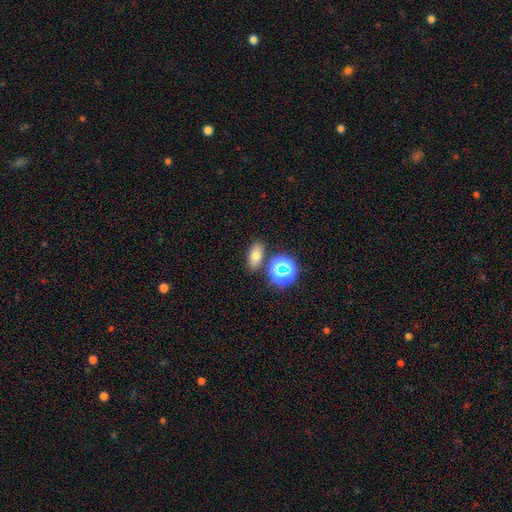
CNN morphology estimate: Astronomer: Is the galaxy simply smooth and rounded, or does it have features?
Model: smooth — 70%.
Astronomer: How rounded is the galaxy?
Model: in between — 79%.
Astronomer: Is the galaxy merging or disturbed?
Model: none — 79%.